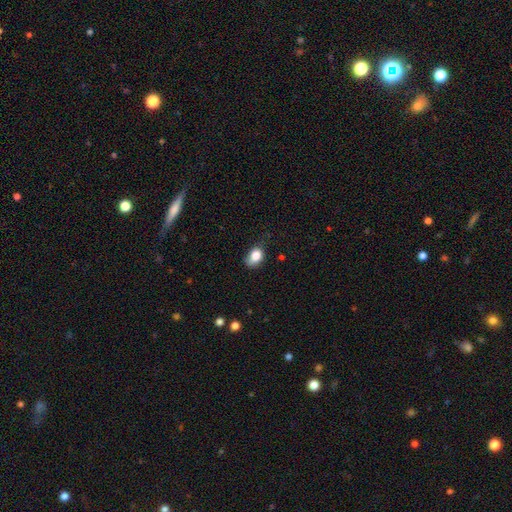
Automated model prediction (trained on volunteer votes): Smooth or featured? Predicted: smooth (p=0.81). How rounded? Predicted: in between (p=0.70). Merging? Predicted: none (p=0.53).